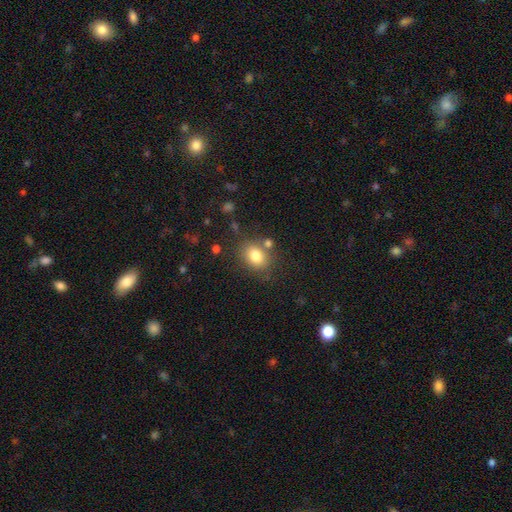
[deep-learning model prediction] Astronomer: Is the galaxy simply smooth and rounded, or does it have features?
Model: smooth — 81%.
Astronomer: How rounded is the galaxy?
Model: in between — 56% (runner-up: round, 43%).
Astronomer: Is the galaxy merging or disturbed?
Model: none — 72%.